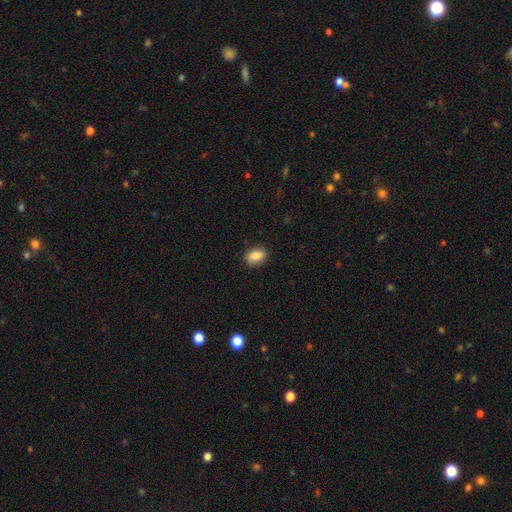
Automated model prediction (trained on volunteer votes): This appears to be a smooth galaxy with no disk features (86%) that is in between round and cigar-shaped (82%). Merging: none (87%).